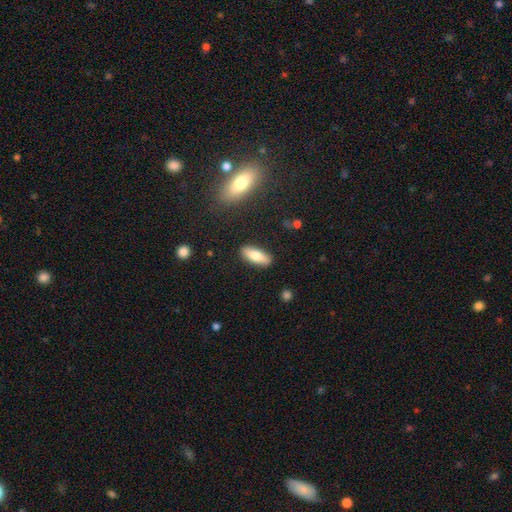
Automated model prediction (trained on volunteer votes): Q: Smooth or featured?
A: smooth (76%); runner-up: featured or disk (17%)
Q: How rounded?
A: in between (69%); runner-up: cigar-shaped (29%)
Q: Merging?
A: none (88%); runner-up: minor disturbance (8%)